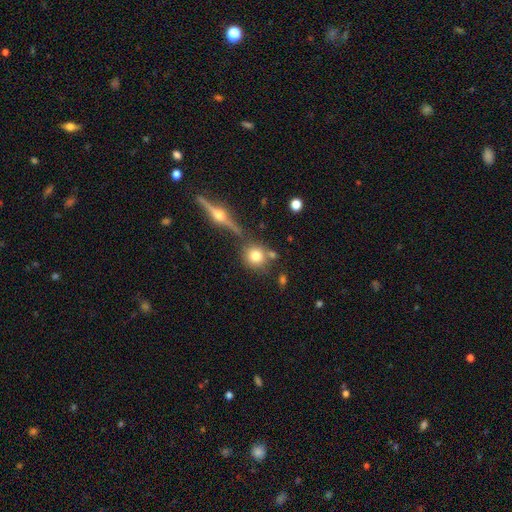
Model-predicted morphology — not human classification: Overall: smooth (72%). How rounded: round (86%). Merging: none (70%).